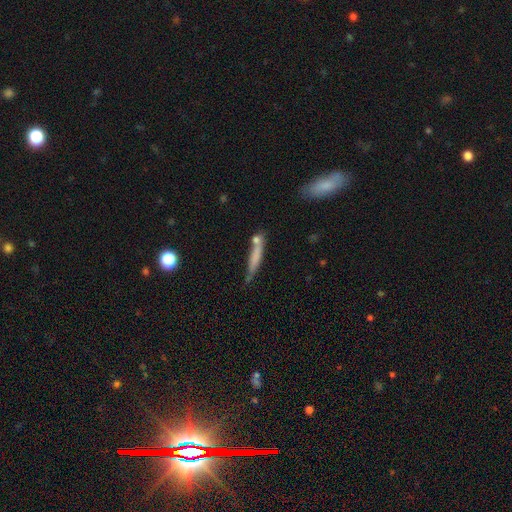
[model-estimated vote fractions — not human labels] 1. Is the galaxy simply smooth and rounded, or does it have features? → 66% smooth, 26% featured or disk, 8% star or artifact.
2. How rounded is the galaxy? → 90% cigar-shaped, 8% in between, 2% round.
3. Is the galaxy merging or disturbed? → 59% none, 20% minor disturbance, 15% merger, 6% major disturbance.